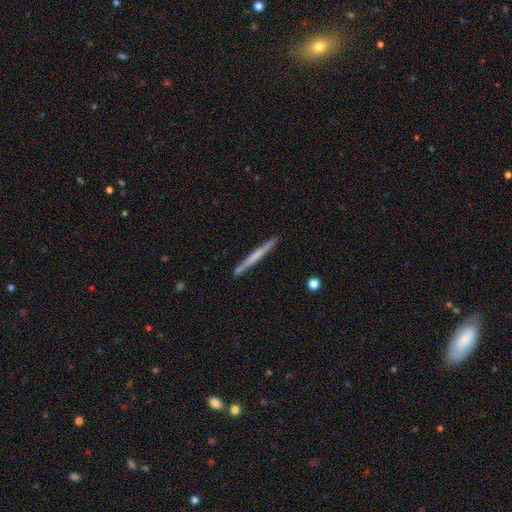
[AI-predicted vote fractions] Smooth or featured? featured or disk (49%)
Merging? none (89%)